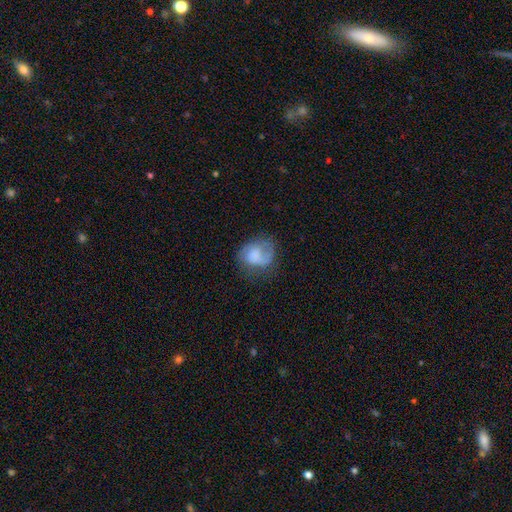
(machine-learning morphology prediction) This is likely a smooth galaxy (60%). How rounded: possibly round (54%). Merging: marginally none (43%).